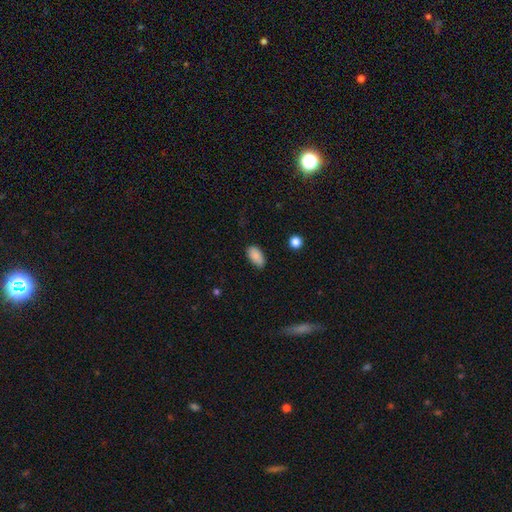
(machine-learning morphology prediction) Smooth or featured? smooth (87%)
How rounded? in between (93%)
Merging? none (82%)